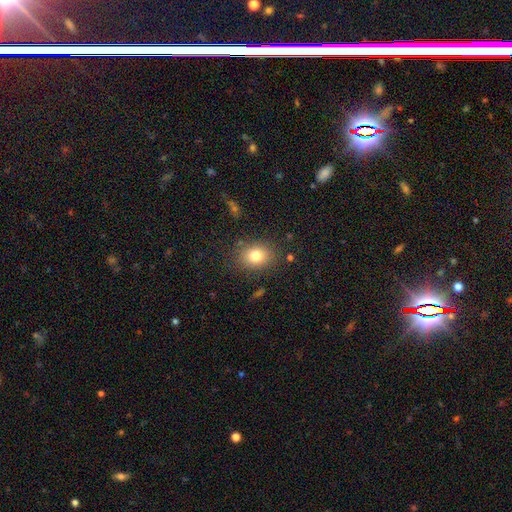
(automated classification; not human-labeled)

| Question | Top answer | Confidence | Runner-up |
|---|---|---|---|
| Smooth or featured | smooth | 79% | star or artifact (11%) |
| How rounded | in between | 50% | round (49%) |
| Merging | none | 83% | minor disturbance (11%) |